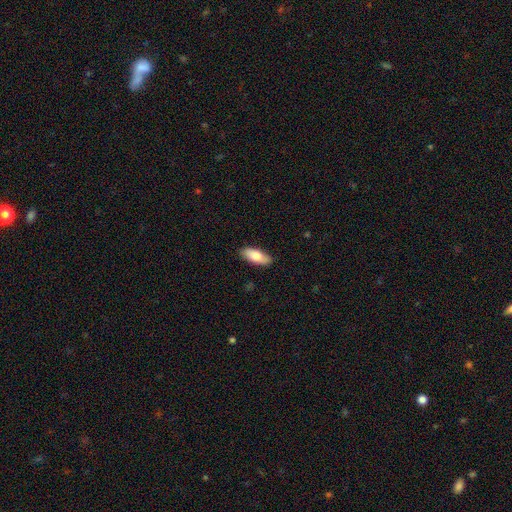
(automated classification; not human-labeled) The model was most divided on "how rounded": in between: 80%, cigar-shaped: 18%, round: 2%. More confident: merging — none (86%); smooth or featured — smooth (81%).